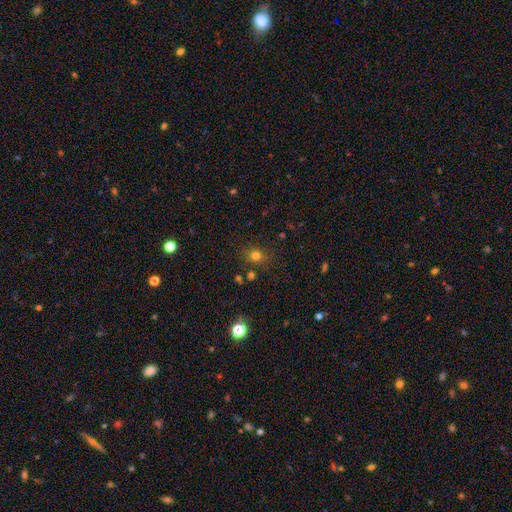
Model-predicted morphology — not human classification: The model was most divided on "how rounded": round: 62%, in between: 37%, cigar-shaped: 1%. More confident: merging — none (81%); smooth or featured — smooth (75%).